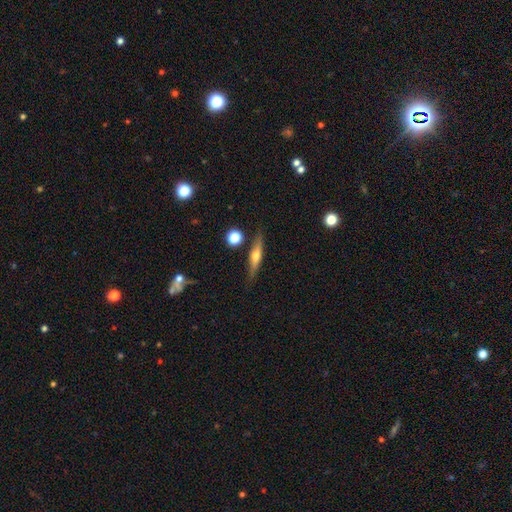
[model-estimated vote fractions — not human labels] A featured or disk galaxy (56%) viewed edge-on (93%) with a rounded central bulge (88%). Merging: none (82%).